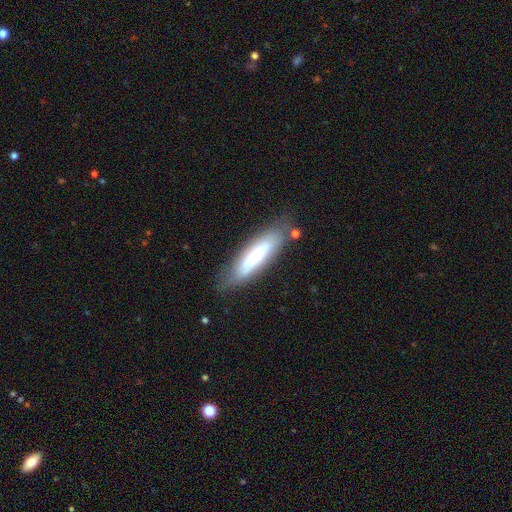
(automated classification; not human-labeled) Overall: smooth (50%; featured or disk 44%). Merging: none (72%).